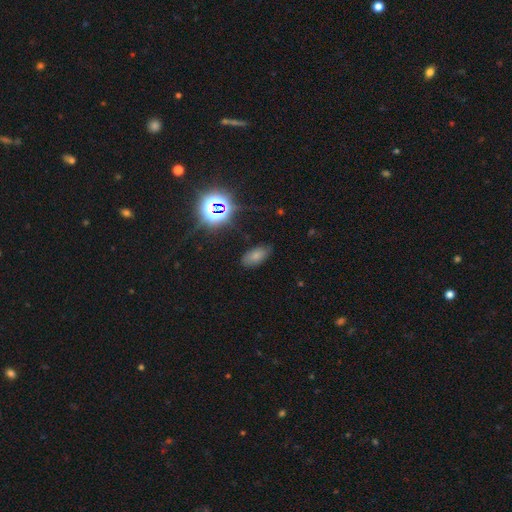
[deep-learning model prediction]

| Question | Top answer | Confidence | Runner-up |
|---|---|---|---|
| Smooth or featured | smooth | 69% | star or artifact (20%) |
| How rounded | in between | 91% | round (5%) |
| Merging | none | 78% | minor disturbance (16%) |